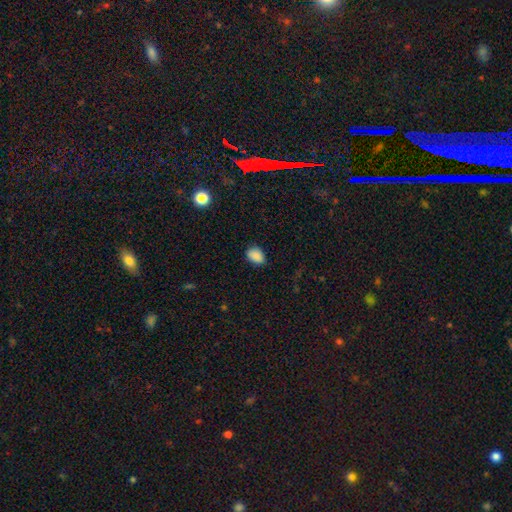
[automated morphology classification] smooth_or_featured: smooth (p=0.87) [alt: star or artifact p=0.09]
how_rounded: in between (p=0.75) [alt: round p=0.24]
merging: none (p=0.81) [alt: minor disturbance p=0.15]